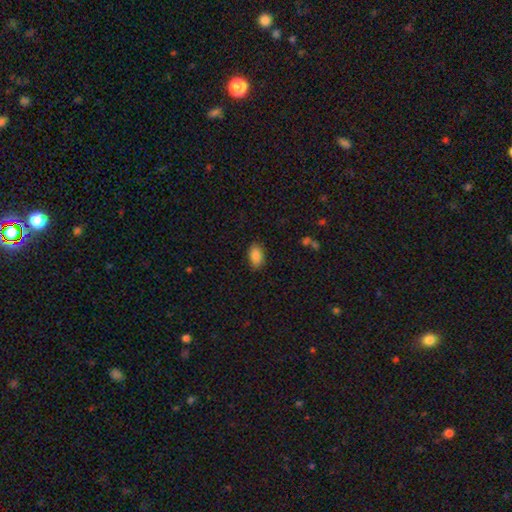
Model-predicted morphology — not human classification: Overall: smooth (87%). How rounded: in between (91%). Merging: none (84%).